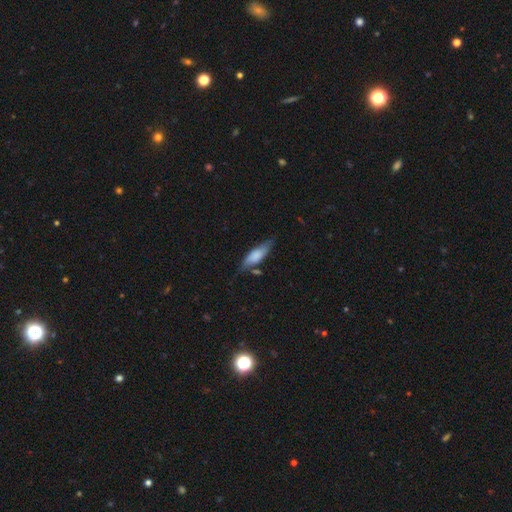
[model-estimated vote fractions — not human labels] Smooth or featured? smooth (69%)
How rounded? in between (55%)
Merging? none (60%)